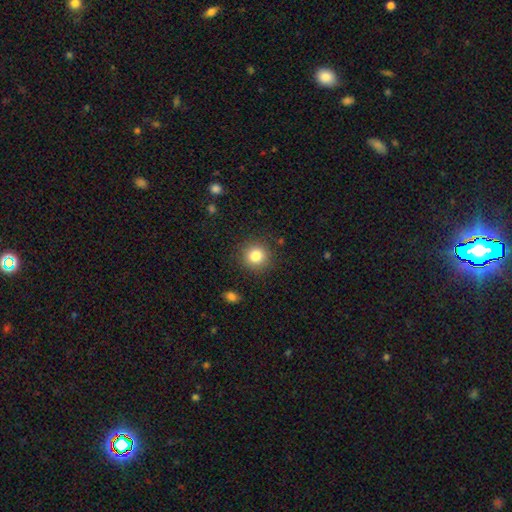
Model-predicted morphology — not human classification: smooth-or-featured: smooth: 83% | star or artifact: 11% | featured or disk: 7%
  how-rounded: round: 93% | in between: 7% | cigar-shaped: 1%
  merging: none: 89% | minor disturbance: 7% | major disturbance: 3% | merger: 1%